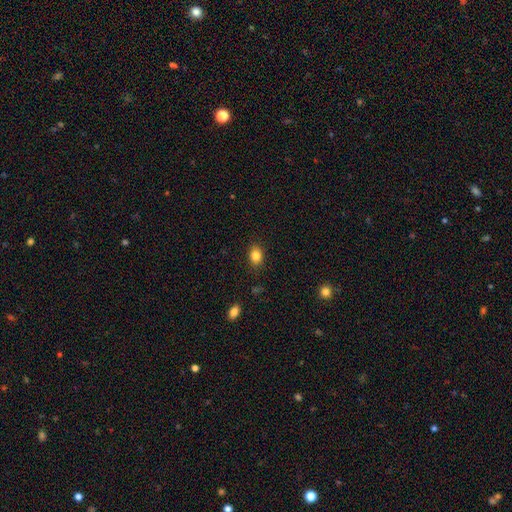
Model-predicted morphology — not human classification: Smooth or featured: smooth — 84% (star or artifact — 10%)
How rounded: in between — 67% (round — 31%)
Merging: none — 87% (minor disturbance — 10%)